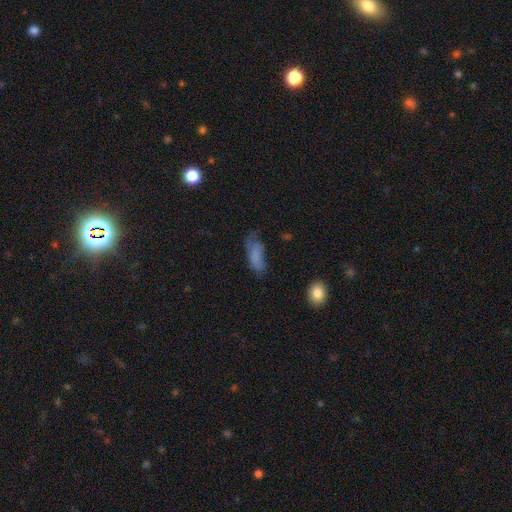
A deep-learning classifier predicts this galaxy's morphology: A smooth galaxy with no disk features (71%) that is in between round and cigar-shaped (76%). Merging: none (38%).